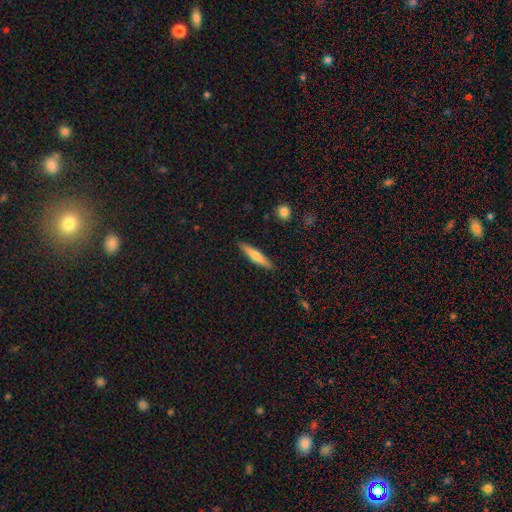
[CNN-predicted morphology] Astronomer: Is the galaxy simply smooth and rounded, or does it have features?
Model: smooth — 66%.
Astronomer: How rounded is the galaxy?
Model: cigar-shaped — 88%.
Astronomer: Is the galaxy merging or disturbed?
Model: none — 90%.